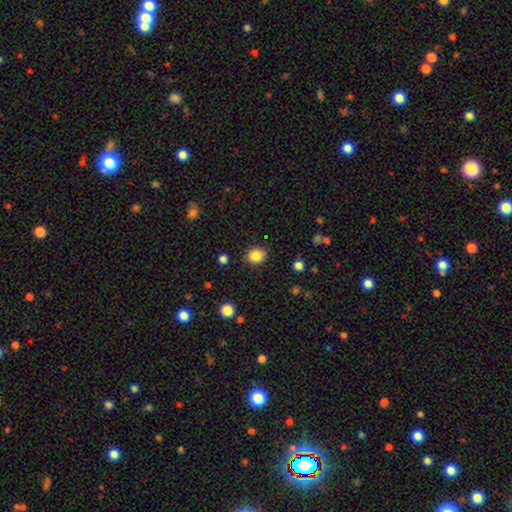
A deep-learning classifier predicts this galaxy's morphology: smooth-or-featured: smooth: 85% | star or artifact: 11% | featured or disk: 5%
  how-rounded: round: 71% | in between: 28% | cigar-shaped: 1%
  merging: none: 84% | minor disturbance: 12% | major disturbance: 3% | merger: 2%